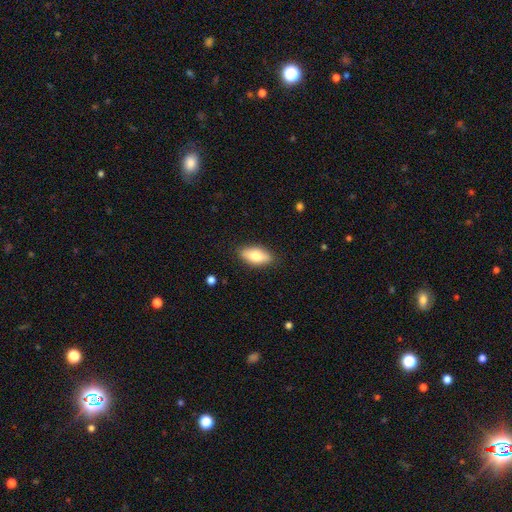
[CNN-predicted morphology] smooth-or-featured: smooth: 76% | featured or disk: 18% | star or artifact: 6%
  how-rounded: in between: 88% | cigar-shaped: 9% | round: 4%
  merging: none: 87% | minor disturbance: 10% | major disturbance: 2% | merger: 1%